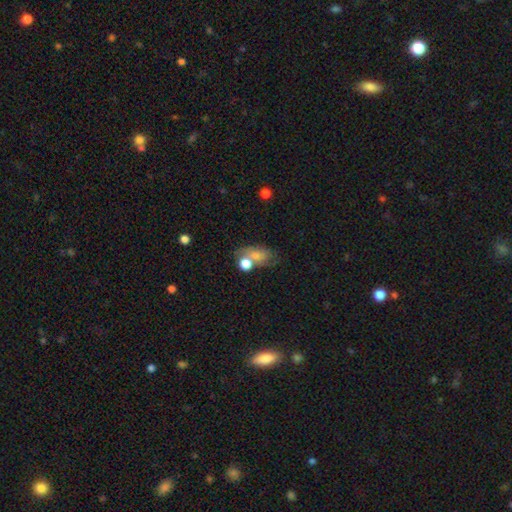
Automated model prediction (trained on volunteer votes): Q: Smooth or featured?
A: smooth (60%); runner-up: featured or disk (22%)
Q: How rounded?
A: in between (77%); runner-up: round (19%)
Q: Merging?
A: none (47%); runner-up: merger (23%)